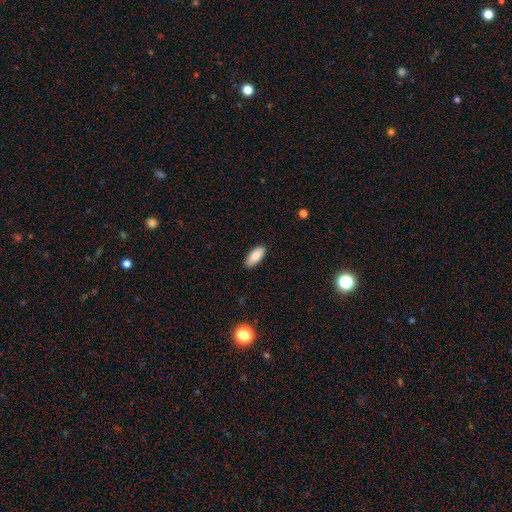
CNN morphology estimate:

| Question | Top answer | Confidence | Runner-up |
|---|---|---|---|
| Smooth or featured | smooth | 88% | star or artifact (7%) |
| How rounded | in between | 88% | cigar-shaped (10%) |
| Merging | none | 89% | minor disturbance (9%) |